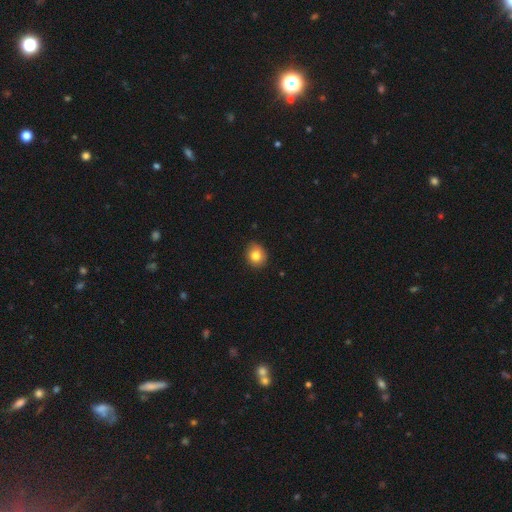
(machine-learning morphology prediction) Smooth or featured: smooth — 81% (star or artifact — 10%)
How rounded: round — 71% (in between — 28%)
Merging: none — 83% (minor disturbance — 14%)